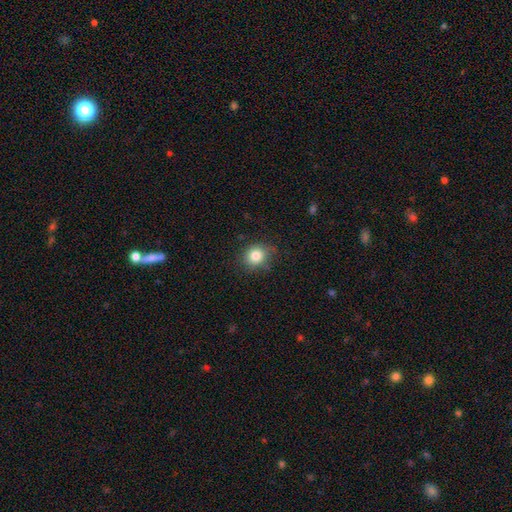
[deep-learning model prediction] A smooth galaxy with no disk features (82%) that is round (76%).

Vote fractions:
- Smooth or featured? smooth: 82% / star or artifact: 11% / featured or disk: 6%
- How rounded? round: 76% / in between: 23% / cigar-shaped: 1%
- Merging? none: 82% / minor disturbance: 14% / major disturbance: 3% / merger: 1%